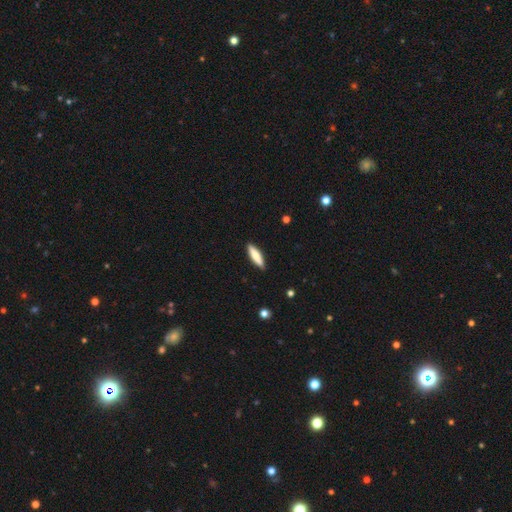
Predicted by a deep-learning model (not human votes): smooth_or_featured: smooth (p=0.70) [alt: featured or disk p=0.25]
how_rounded: cigar-shaped (p=0.75) [alt: in between p=0.24]
merging: none (p=0.90) [alt: minor disturbance p=0.07]